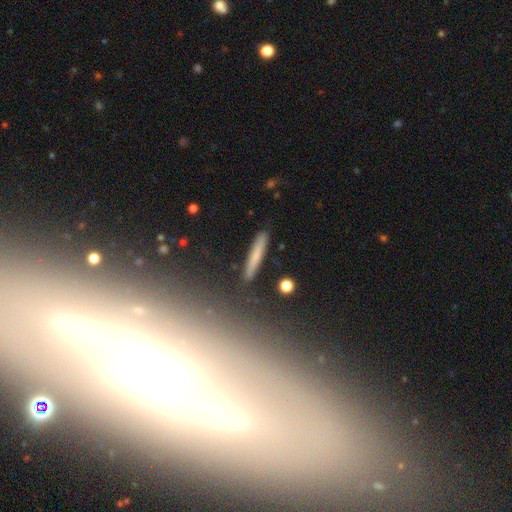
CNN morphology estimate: type=smooth (69%); roundness=cigar-shaped (94%); merging=none (88%).